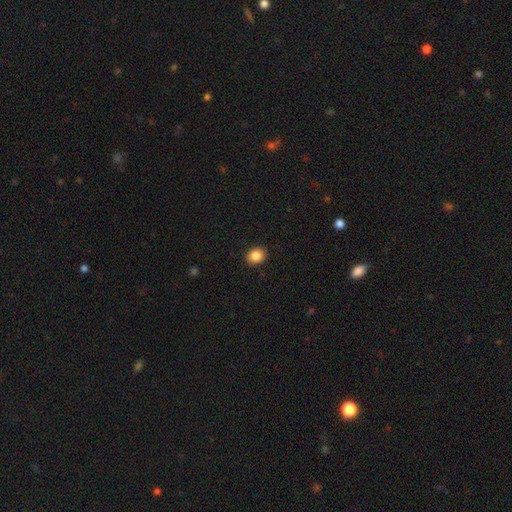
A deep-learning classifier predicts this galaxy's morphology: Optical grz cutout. It shows a smooth galaxy with no disk features (86%) that is round (57%). Merging: none (91%).